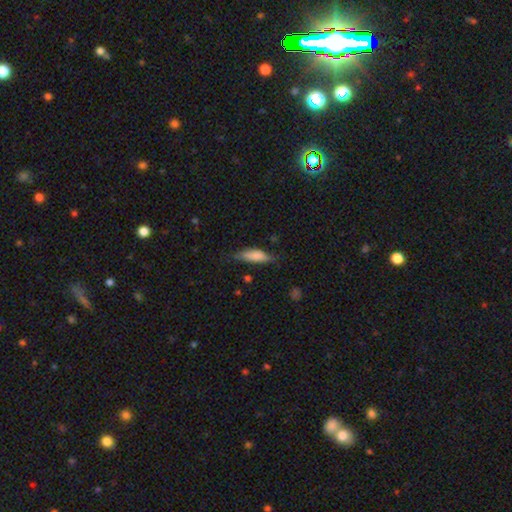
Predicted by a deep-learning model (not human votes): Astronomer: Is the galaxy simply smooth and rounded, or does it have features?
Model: smooth — 77%.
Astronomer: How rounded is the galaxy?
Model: cigar-shaped — 49% (runner-up: in between, 48%).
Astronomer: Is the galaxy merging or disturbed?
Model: none — 64%.